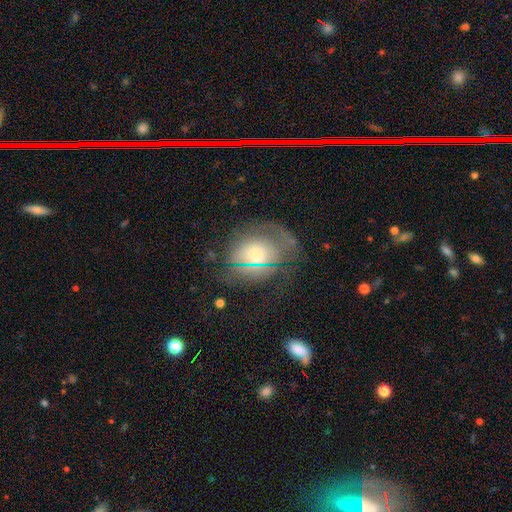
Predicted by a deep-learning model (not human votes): Smooth or featured: featured or disk — 44% (smooth — 43%)
Merging: none — 51% (minor disturbance — 24%)